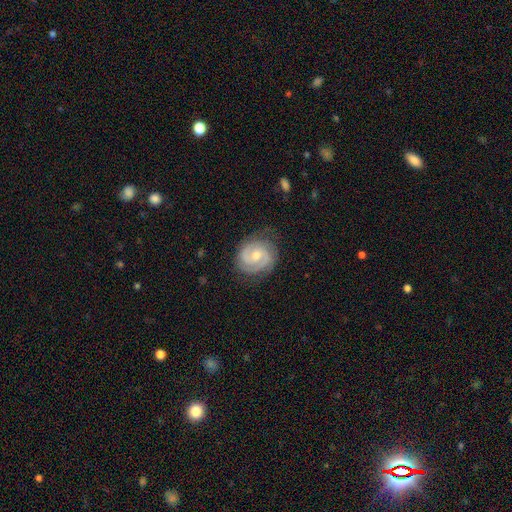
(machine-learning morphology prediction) This appears to be a featured or disk galaxy (83%) with no bar (54%), 2 (83%) tight (55%) spiral arms (96%) and a moderate central bulge (60%). Merging: none (79%).